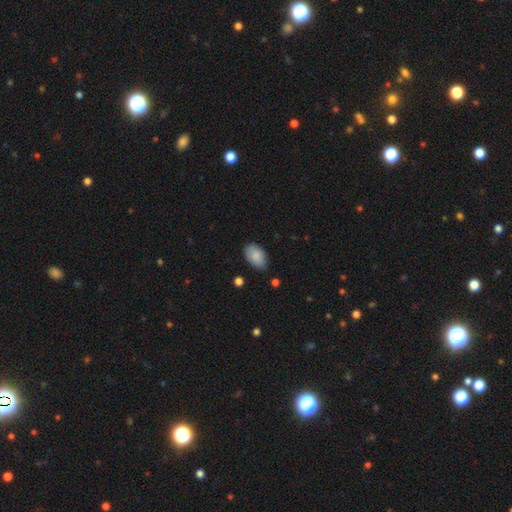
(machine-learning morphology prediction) smooth 87%, star or artifact 6%, featured or disk 6%. Down the decision tree: how rounded — in between (94%); merging — none (82%).